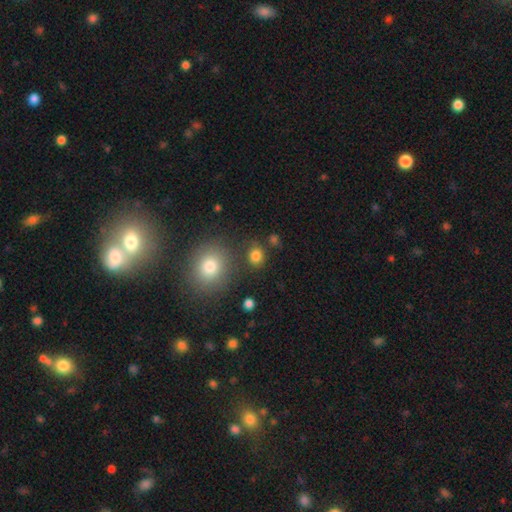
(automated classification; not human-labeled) A smooth galaxy with no disk features (81%) that is round (69%). Merging: none (77%).